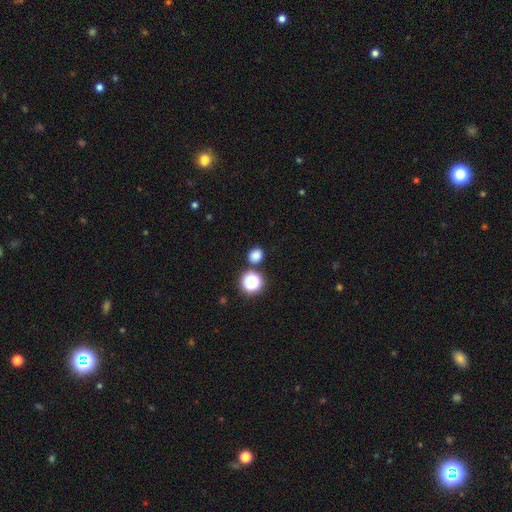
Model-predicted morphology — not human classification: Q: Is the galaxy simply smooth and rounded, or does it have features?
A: smooth — 78%.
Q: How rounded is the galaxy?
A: round — 78%.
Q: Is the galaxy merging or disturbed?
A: none — 82%.